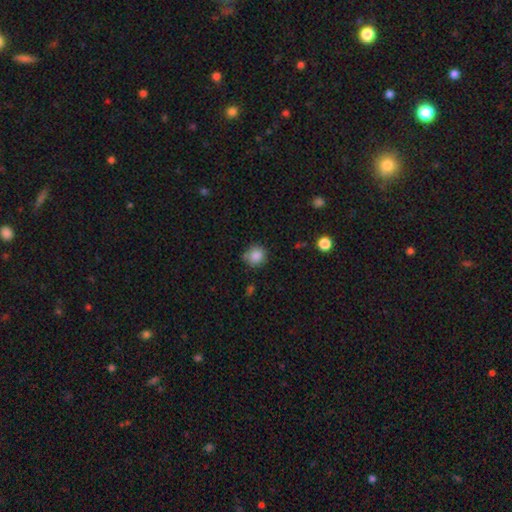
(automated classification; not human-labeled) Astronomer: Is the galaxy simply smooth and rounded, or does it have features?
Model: smooth — 86%.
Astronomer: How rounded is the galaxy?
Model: round — 88%.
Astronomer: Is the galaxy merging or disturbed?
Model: none — 74%.